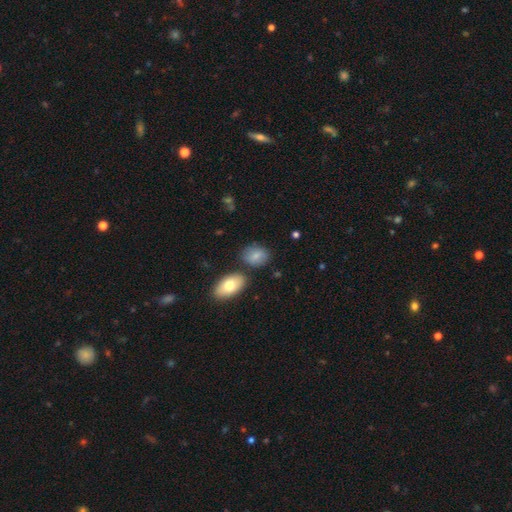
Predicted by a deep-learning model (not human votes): Morphology: type=smooth (78%); roundness=in between (72%); merging=none (70%).